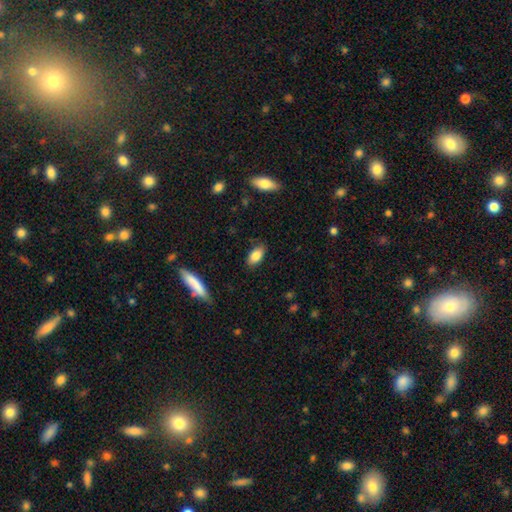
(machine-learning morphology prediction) Smooth or featured?
  - smooth: 86% *
  - featured or disk: 7%
  - star or artifact: 7%
How rounded?
  - in between: 90% *
  - cigar-shaped: 6%
  - round: 4%
Merging?
  - none: 82% *
  - minor disturbance: 14%
  - major disturbance: 3%
  - merger: 1%